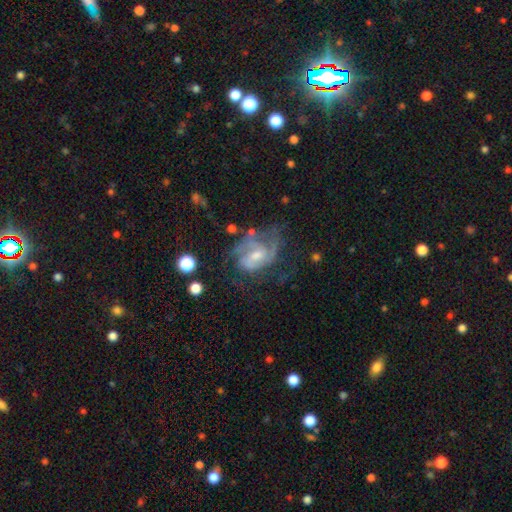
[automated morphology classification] Smooth or featured? featured or disk (81%)
Edge-on disk? no (97%)
Bar? weak (49%)
Spiral arms? yes (89%)
Spiral winding? medium (47%)
Spiral arm count? 2 (42%)
Bulge size? moderate (48%)
Merging? none (44%)